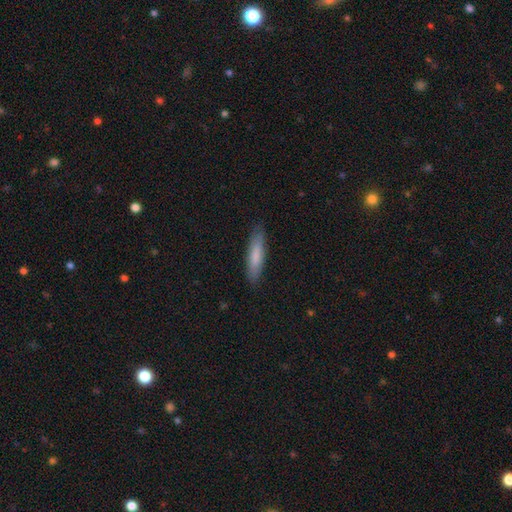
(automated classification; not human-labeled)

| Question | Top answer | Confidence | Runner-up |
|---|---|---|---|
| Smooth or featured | smooth | 79% | featured or disk (16%) |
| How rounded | cigar-shaped | 78% | in between (21%) |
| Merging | none | 86% | minor disturbance (11%) |